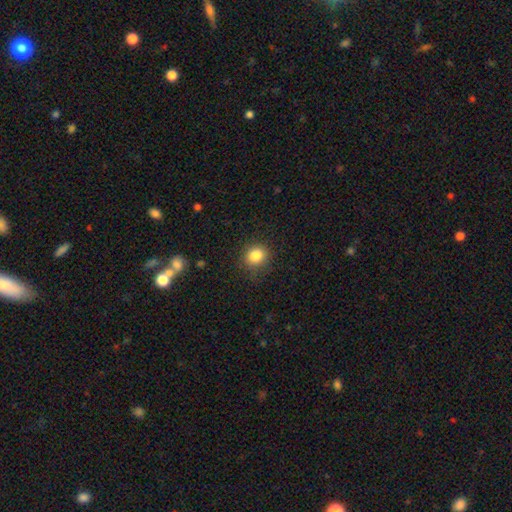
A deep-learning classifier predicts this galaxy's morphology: type=smooth (84%); roundness=round (78%); merging=none (83%).